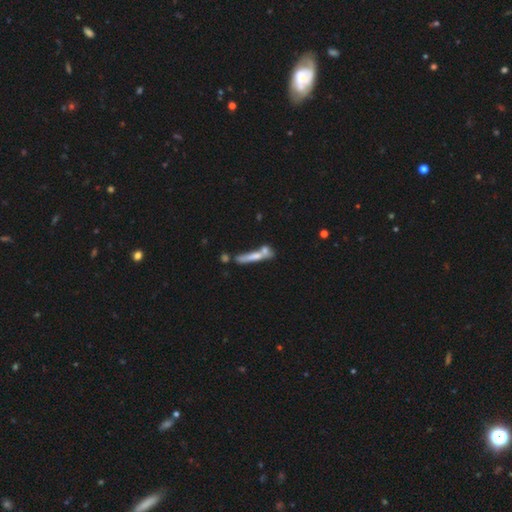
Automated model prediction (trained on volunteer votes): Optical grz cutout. It shows a smooth galaxy with no disk features (57%) that is cigar-shaped (88%). Merging: none (48%).